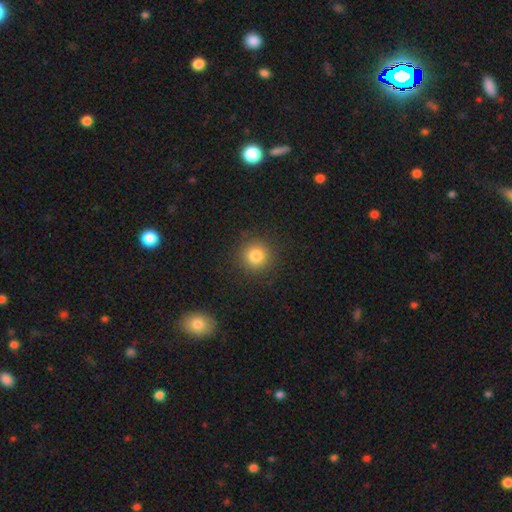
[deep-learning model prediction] A smooth galaxy with no disk features (82%) that is round (94%). Merging: none (90%).